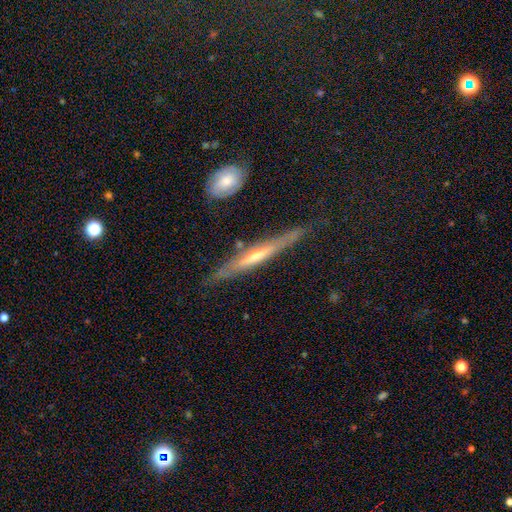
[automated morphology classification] type=featured or disk (67%); edge-on=yes (90%); edge-on bulge=rounded (44%); merging=none (72%).